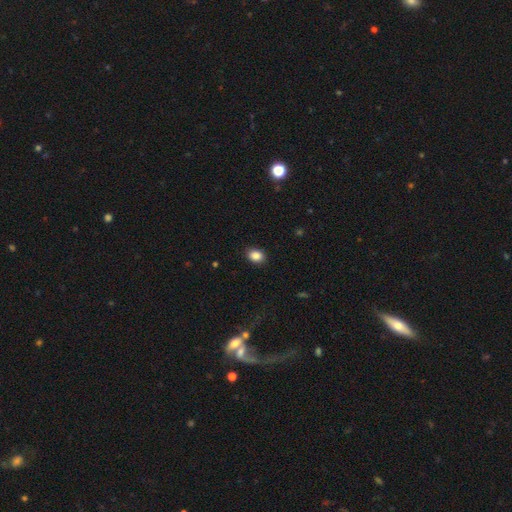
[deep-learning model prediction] A smooth galaxy with no disk features (87%) that is in between round and cigar-shaped (71%). Merging: none (89%).